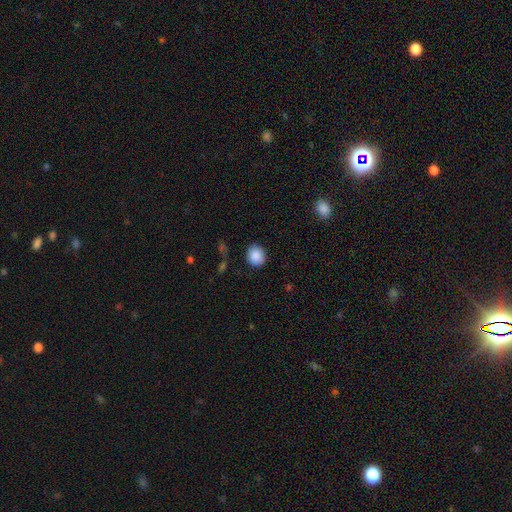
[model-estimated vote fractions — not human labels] Smooth or featured?
  - smooth: 88% *
  - star or artifact: 8%
  - featured or disk: 3%
How rounded?
  - round: 78% *
  - in between: 21%
  - cigar-shaped: 1%
Merging?
  - none: 87% *
  - minor disturbance: 9%
  - major disturbance: 3%
  - merger: 2%